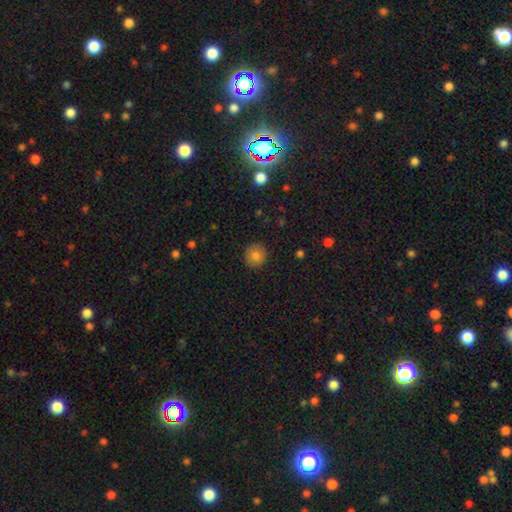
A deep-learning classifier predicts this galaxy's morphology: Smooth or featured? Predicted: smooth (p=0.82). How rounded? Predicted: round (p=0.91). Merging? Predicted: none (p=0.90).